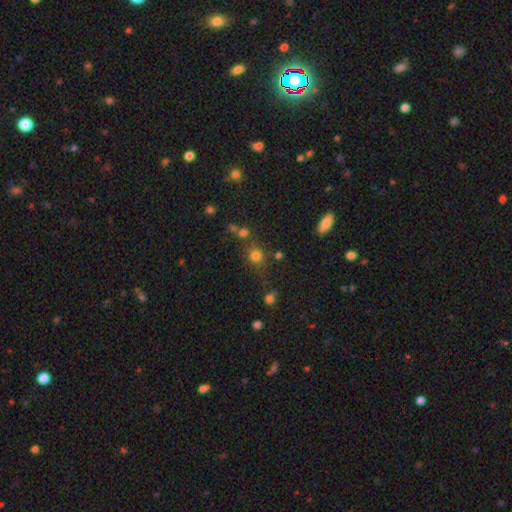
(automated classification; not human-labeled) smooth_or_featured: smooth (p=0.73) [alt: star or artifact p=0.19]
how_rounded: round (p=0.79) [alt: in between p=0.20]
merging: none (p=0.67) [alt: merger p=0.14]